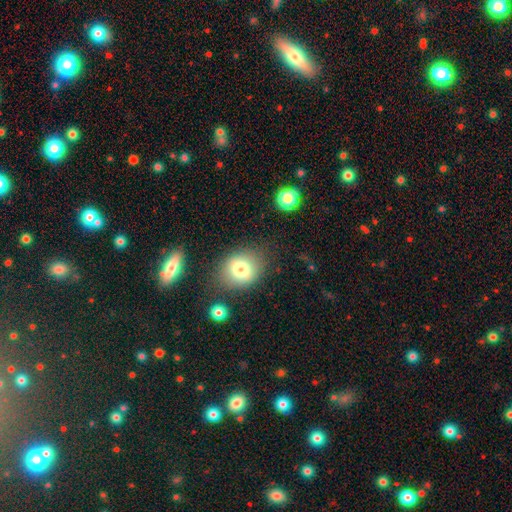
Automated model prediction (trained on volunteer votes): Smooth or featured?
  - smooth: 69% *
  - star or artifact: 21%
  - featured or disk: 11%
How rounded?
  - round: 57% *
  - in between: 41%
  - cigar-shaped: 2%
Merging?
  - none: 82% *
  - minor disturbance: 11%
  - merger: 4%
  - major disturbance: 3%